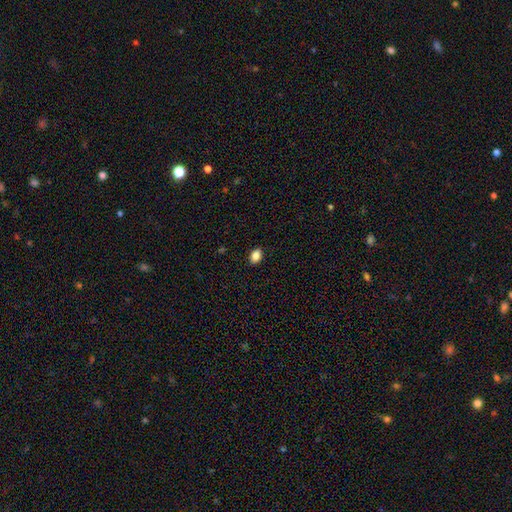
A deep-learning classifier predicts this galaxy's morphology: Smooth or featured?
  - smooth: 86% *
  - star or artifact: 9%
  - featured or disk: 4%
How rounded?
  - in between: 80% *
  - round: 19%
  - cigar-shaped: 1%
Merging?
  - none: 89% *
  - minor disturbance: 8%
  - major disturbance: 2%
  - merger: 1%